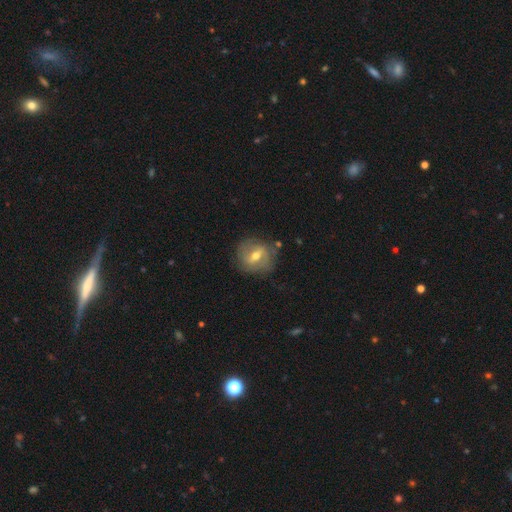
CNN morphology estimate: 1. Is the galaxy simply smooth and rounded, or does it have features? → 59% featured or disk, 34% smooth, 7% star or artifact.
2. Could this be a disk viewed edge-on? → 92% no, 8% yes.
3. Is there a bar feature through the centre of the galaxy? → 47% weak, 38% strong, 15% no.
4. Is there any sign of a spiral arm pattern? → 55% yes, 45% no.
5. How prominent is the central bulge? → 71% moderate, 21% small, 6% large, 1% none, 1% dominant.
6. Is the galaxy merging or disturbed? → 72% none, 18% minor disturbance, 7% major disturbance, 3% merger.